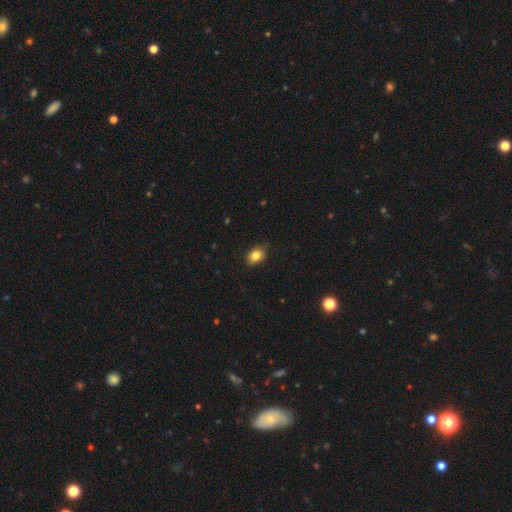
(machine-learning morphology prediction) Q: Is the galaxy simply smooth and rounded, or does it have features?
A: smooth — 83%.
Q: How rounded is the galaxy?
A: in between — 68%.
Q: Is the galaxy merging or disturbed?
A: none — 79%.